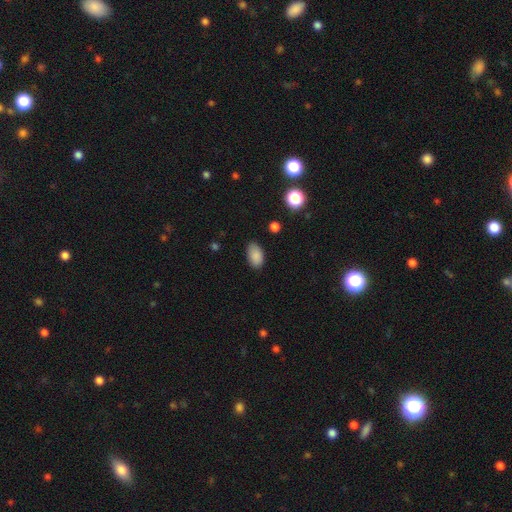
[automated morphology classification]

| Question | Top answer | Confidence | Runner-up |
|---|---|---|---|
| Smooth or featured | smooth | 87% | star or artifact (8%) |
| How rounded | in between | 93% | round (6%) |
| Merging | none | 83% | minor disturbance (13%) |